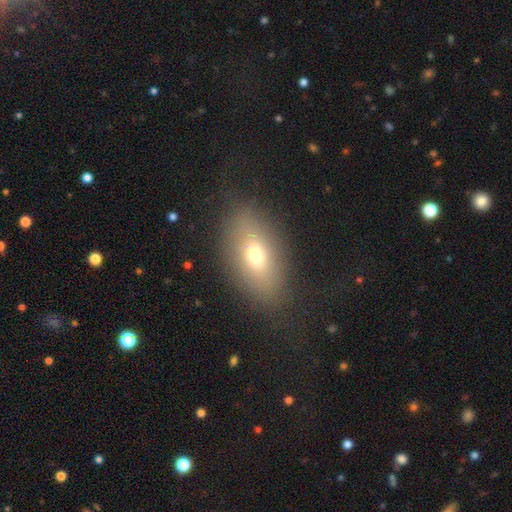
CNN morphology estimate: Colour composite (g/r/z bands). It shows a smooth galaxy with no disk features (67%) that is in between round and cigar-shaped (84%). Merging: none (78%).